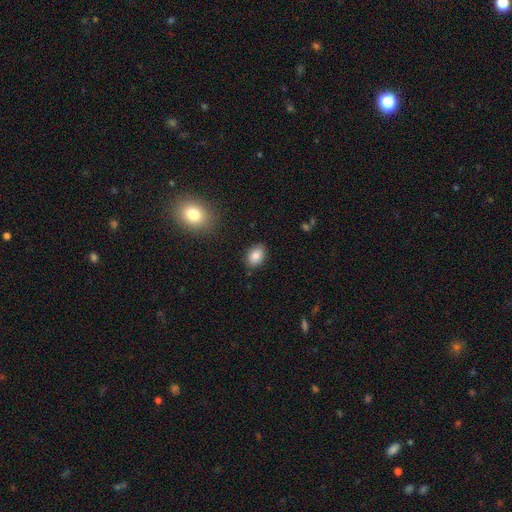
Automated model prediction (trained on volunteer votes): Morphology: type=smooth (84%); roundness=in between (80%); merging=none (86%).